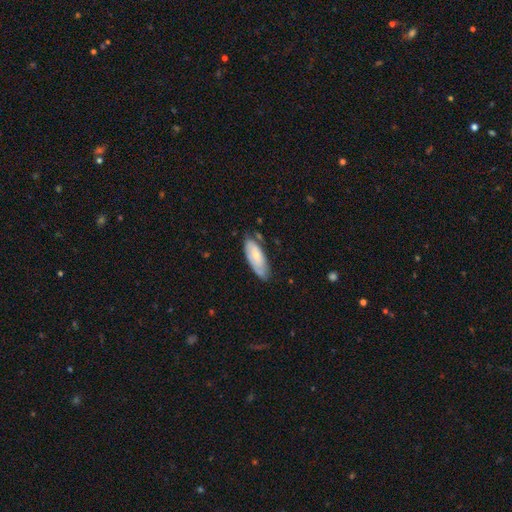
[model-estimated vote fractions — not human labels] The model was most divided on "smooth or featured": smooth: 57%, featured or disk: 37%, star or artifact: 6%. More confident: how rounded — in between (75%); merging — none (65%).